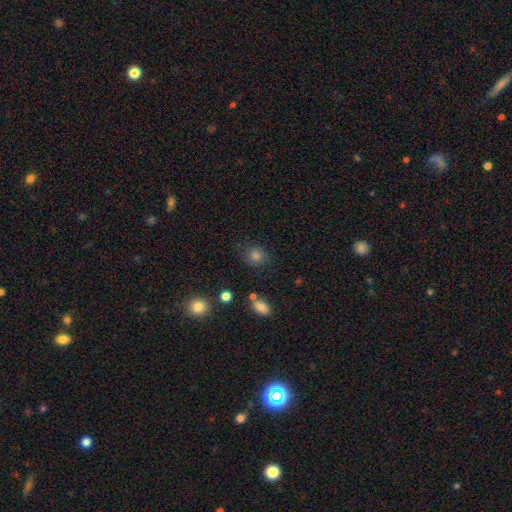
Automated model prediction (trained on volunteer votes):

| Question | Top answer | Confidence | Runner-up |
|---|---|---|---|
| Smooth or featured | smooth | 78% | star or artifact (16%) |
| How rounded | round | 79% | in between (20%) |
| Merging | none | 83% | minor disturbance (11%) |